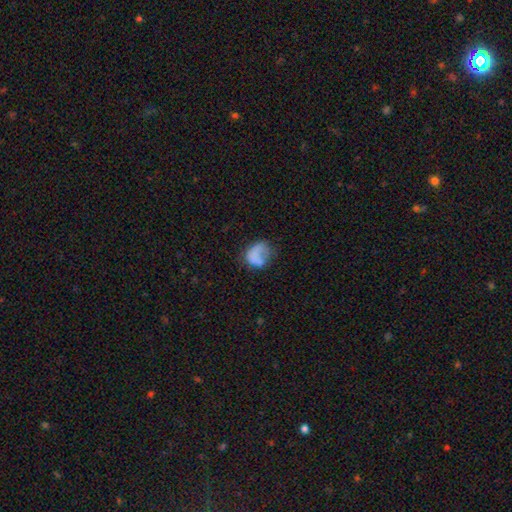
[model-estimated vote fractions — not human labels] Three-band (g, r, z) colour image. It shows a smooth galaxy with no disk features (65%) that is in between round and cigar-shaped (52%). Merging: none (35%).